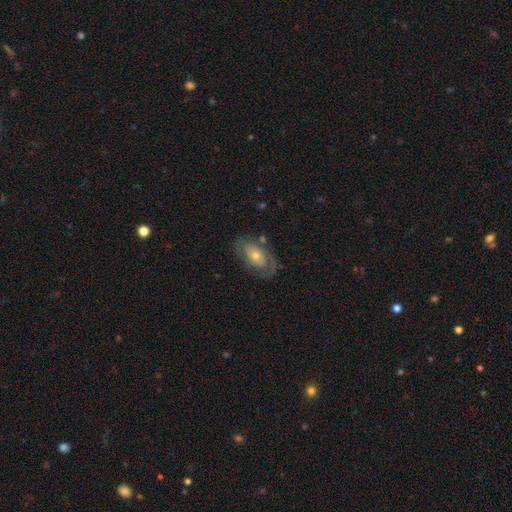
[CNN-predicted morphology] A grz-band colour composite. It shows a featured or disk galaxy (67%) with no bar (78%), spiral arms (73%) and a moderate central bulge (51%). Merging: none (68%).